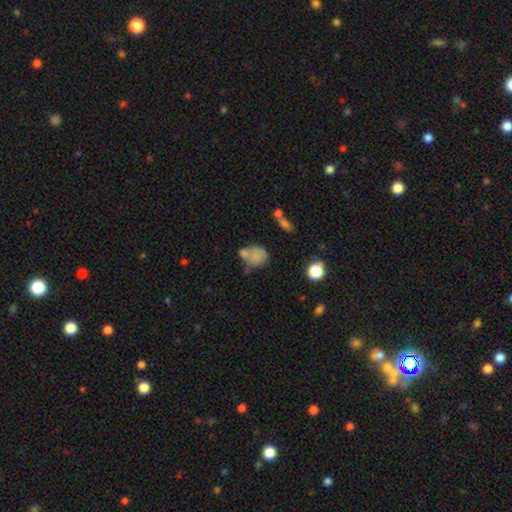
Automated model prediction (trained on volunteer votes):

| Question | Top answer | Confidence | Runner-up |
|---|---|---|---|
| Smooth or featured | smooth | 70% | featured or disk (19%) |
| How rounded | round | 54% | in between (44%) |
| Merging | none | 35% | merger (33%) |